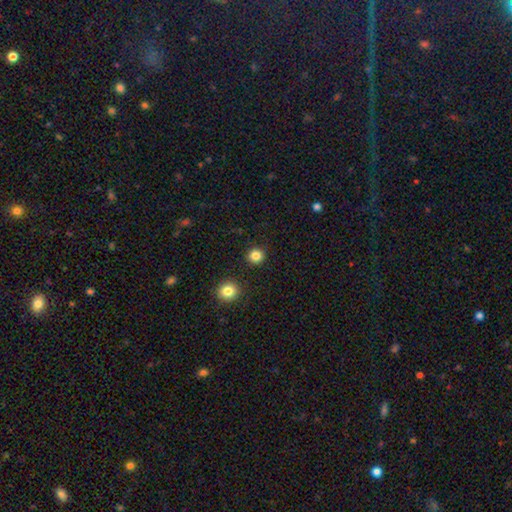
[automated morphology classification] Overall: smooth (84%). How rounded: round (92%). Merging: none (91%).